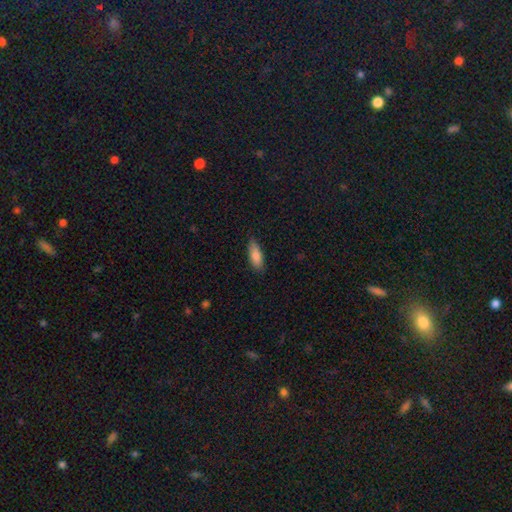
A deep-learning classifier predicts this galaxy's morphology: type=smooth (84%); roundness=in between (69%); merging=none (82%).